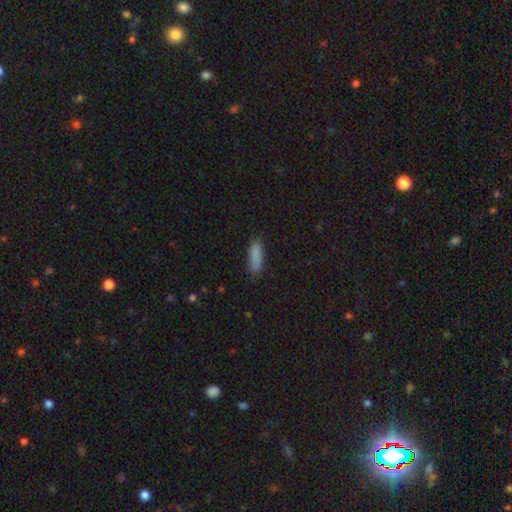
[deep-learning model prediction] This appears to be a smooth galaxy with no disk features (87%) that is cigar-shaped (50%). Merging: none (82%).